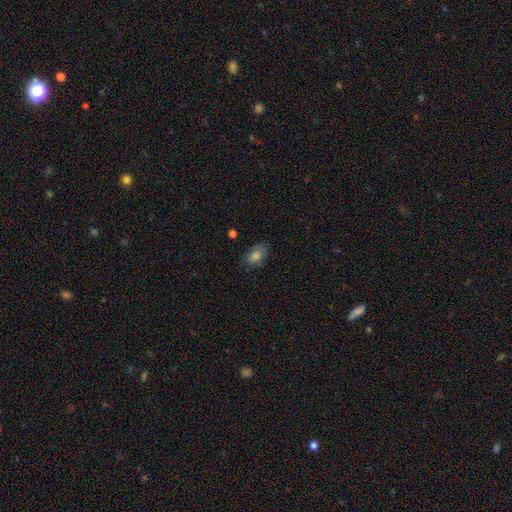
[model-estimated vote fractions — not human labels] A smooth galaxy with no disk features (75%) that is in between round and cigar-shaped (86%). Merging: none (74%).